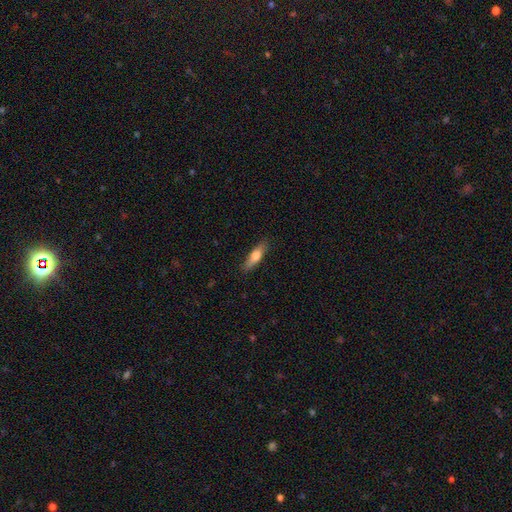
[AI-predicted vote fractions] Smooth or featured? smooth (69%)
How rounded? cigar-shaped (58%)
Merging? none (83%)